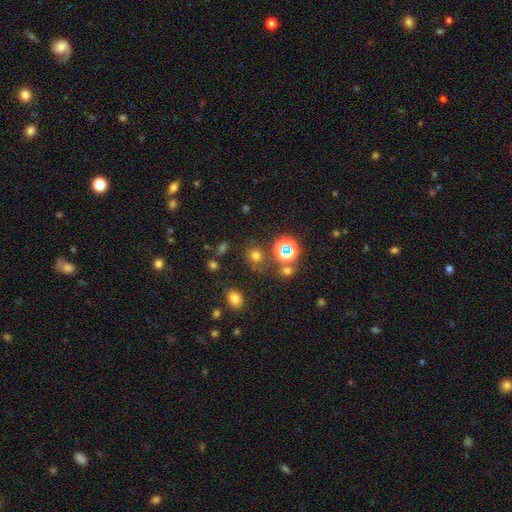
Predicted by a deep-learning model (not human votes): smooth-or-featured: smooth: 64% | star or artifact: 29% | featured or disk: 7%
  how-rounded: round: 79% | in between: 20% | cigar-shaped: 1%
  merging: none: 76% | minor disturbance: 11% | merger: 8% | major disturbance: 5%